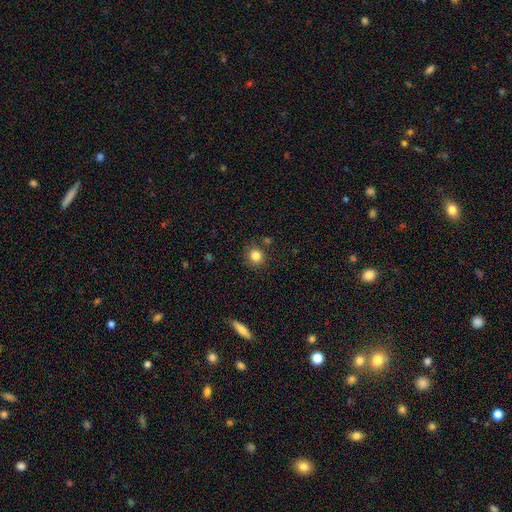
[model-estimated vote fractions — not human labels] Smooth or featured?
  - smooth: 84% *
  - star or artifact: 11%
  - featured or disk: 5%
How rounded?
  - round: 88% *
  - in between: 11%
  - cigar-shaped: 1%
Merging?
  - none: 83% *
  - minor disturbance: 10%
  - merger: 4%
  - major disturbance: 3%